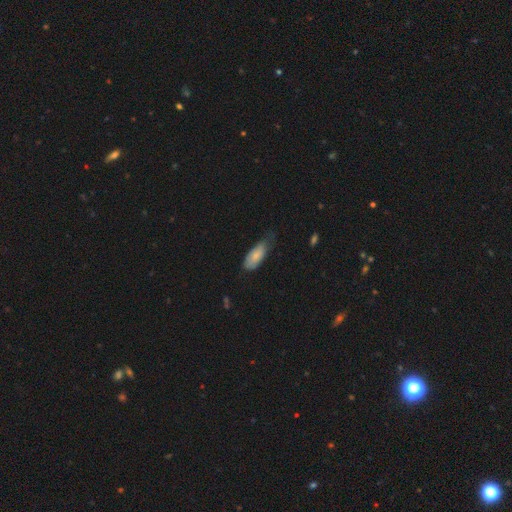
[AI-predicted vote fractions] Smooth or featured? Predicted: smooth (p=0.77). How rounded? Predicted: in between (p=0.83). Merging? Predicted: minor disturbance (p=0.46).